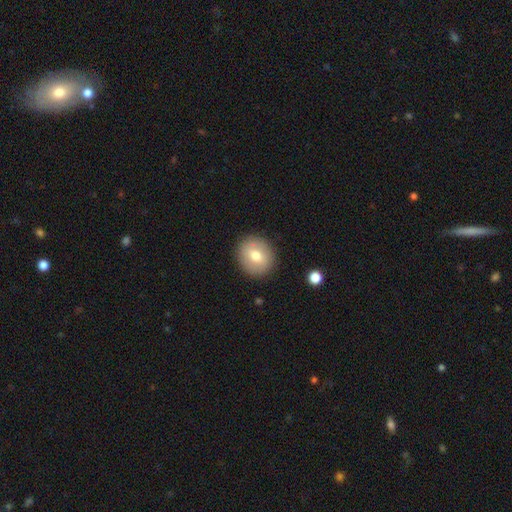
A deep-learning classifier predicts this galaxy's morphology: This appears to be a smooth galaxy with no disk features (70%) that is round (75%). Merging: none (88%).